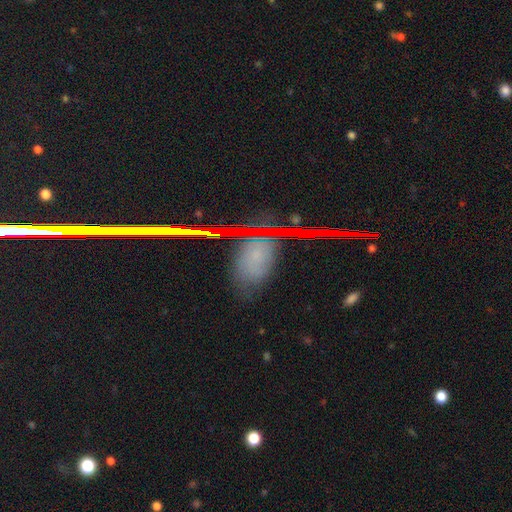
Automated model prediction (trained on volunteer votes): Overall: star or artifact (40%; smooth 38%).